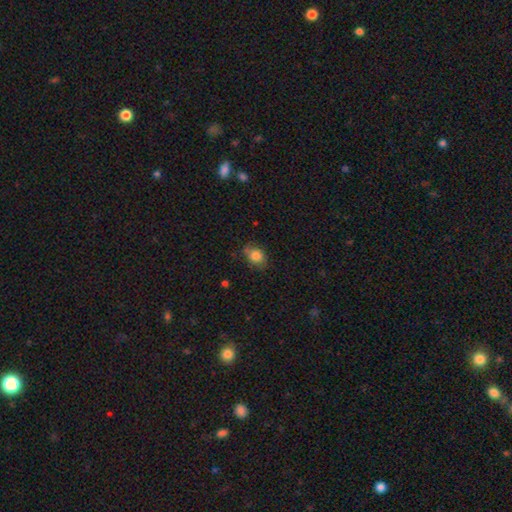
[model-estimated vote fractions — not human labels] Smooth or featured? smooth (80%)
How rounded? in between (51%)
Merging? none (68%)